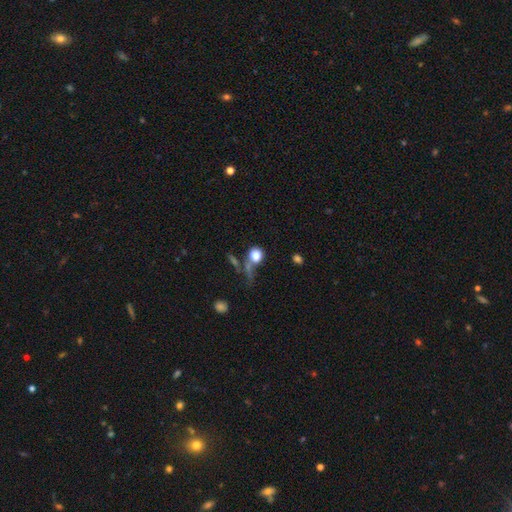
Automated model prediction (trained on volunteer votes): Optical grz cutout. It shows a smooth galaxy with no disk features (78%) that is round (76%). Merging: none (41%).